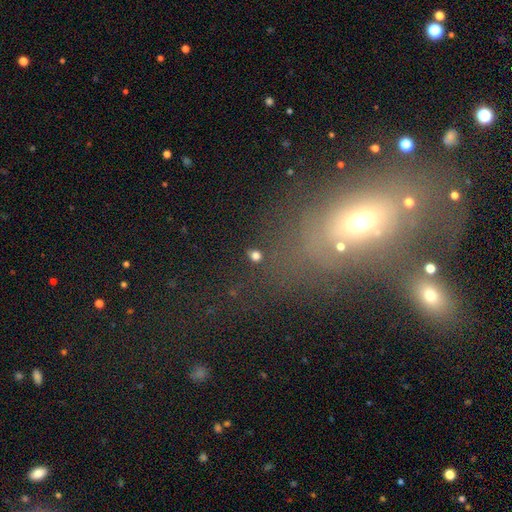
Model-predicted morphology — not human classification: Overall: smooth (74%). How rounded: in between (56%; round 41%). Merging: none (80%).